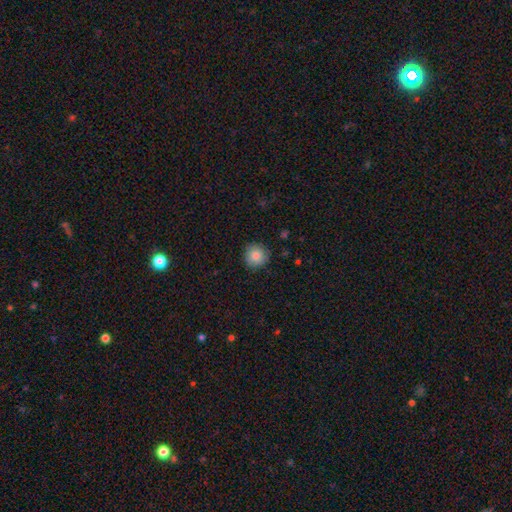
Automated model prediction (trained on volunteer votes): Smooth or featured? Predicted: smooth (p=0.83). How rounded? Predicted: round (p=0.94). Merging? Predicted: none (p=0.87).